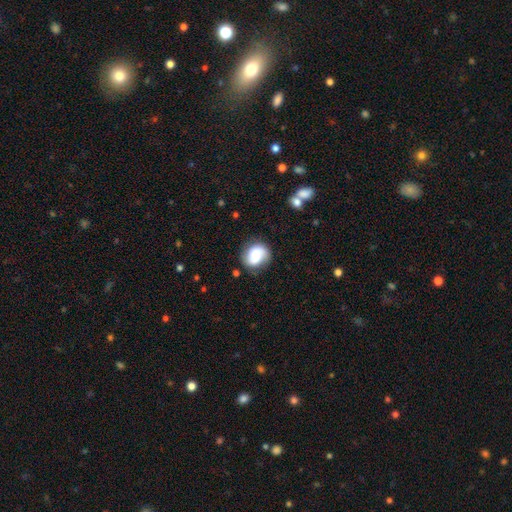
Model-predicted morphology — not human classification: Smooth or featured? Predicted: smooth (p=0.53). How rounded? Predicted: round (p=0.67). Merging? Predicted: none (p=0.70).